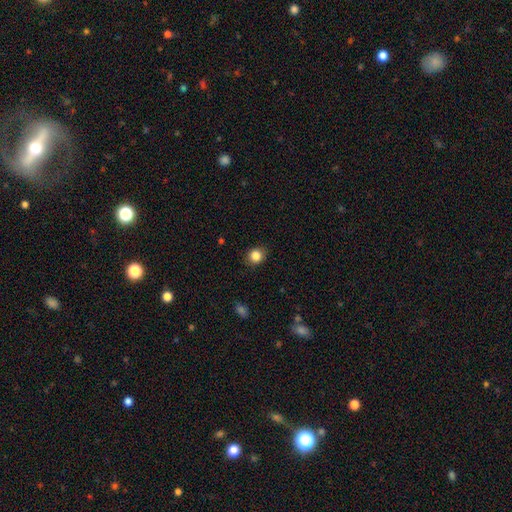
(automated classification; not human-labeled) smooth_or_featured: smooth (p=0.84) [alt: star or artifact p=0.11]
how_rounded: round (p=0.74) [alt: in between p=0.25]
merging: none (p=0.88) [alt: minor disturbance p=0.09]